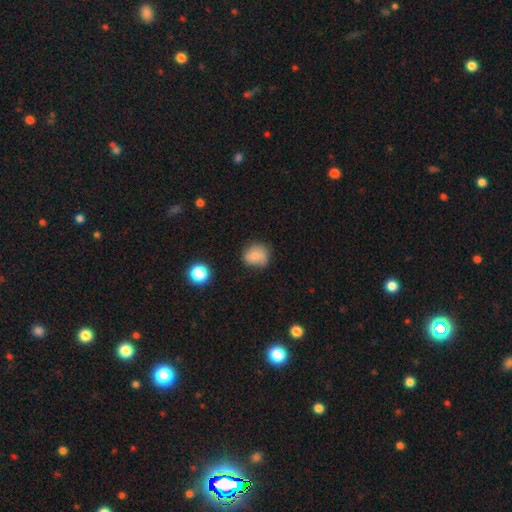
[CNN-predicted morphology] Smooth or featured?
  - smooth: 75% *
  - featured or disk: 16%
  - star or artifact: 10%
How rounded?
  - round: 78% *
  - in between: 21%
  - cigar-shaped: 1%
Merging?
  - none: 65% *
  - minor disturbance: 26%
  - major disturbance: 6%
  - merger: 2%